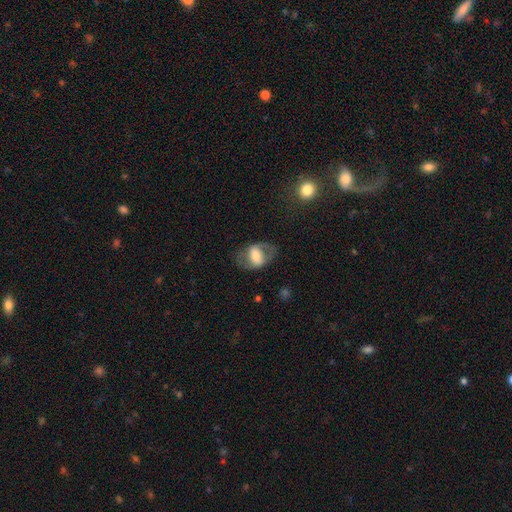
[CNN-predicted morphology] A featured or disk galaxy (47%). Merging: none (64%).